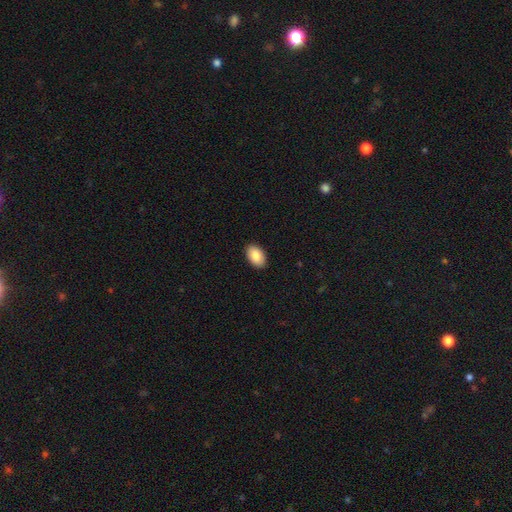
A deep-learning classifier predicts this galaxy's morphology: This appears to be a smooth galaxy with no disk features (89%) that is in between round and cigar-shaped (93%). Merging: none (91%).